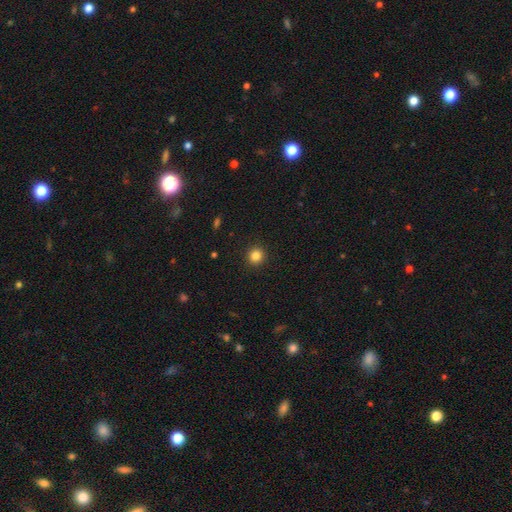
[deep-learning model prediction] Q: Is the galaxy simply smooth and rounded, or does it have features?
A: smooth — 84%.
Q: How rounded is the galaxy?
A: round — 93%.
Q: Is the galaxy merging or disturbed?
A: none — 93%.